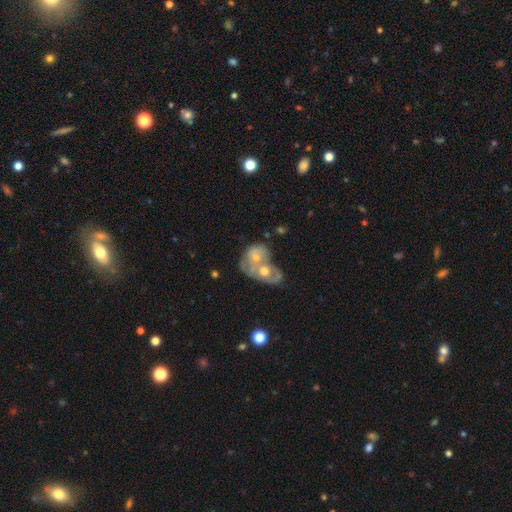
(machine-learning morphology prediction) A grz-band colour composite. It shows a featured or disk galaxy (49%). Merging: merger (77%).